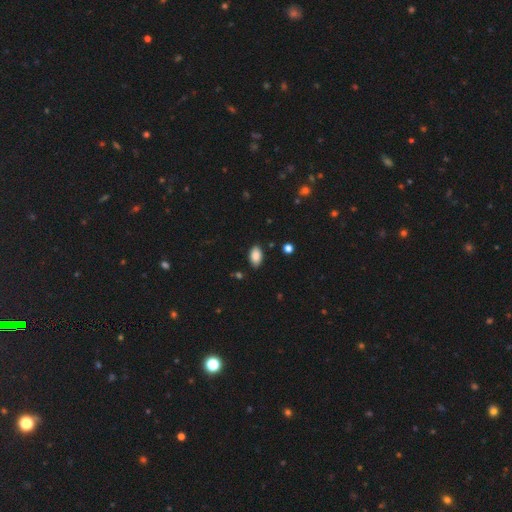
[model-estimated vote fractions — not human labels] smooth_or_featured: smooth (p=0.88) [alt: star or artifact p=0.08]
how_rounded: in between (p=0.93) [alt: round p=0.05]
merging: none (p=0.85) [alt: minor disturbance p=0.11]